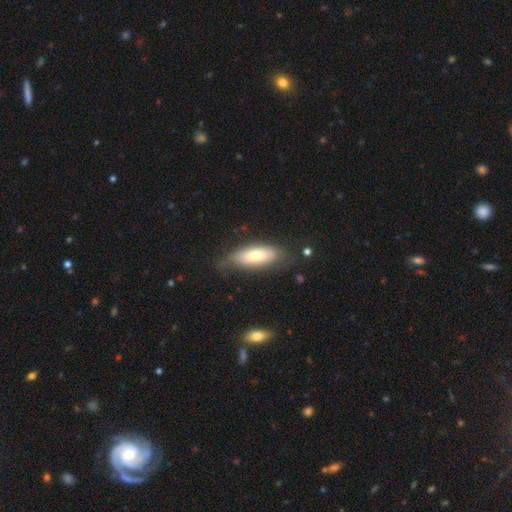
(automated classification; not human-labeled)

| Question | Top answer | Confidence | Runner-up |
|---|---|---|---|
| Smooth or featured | smooth | 64% | featured or disk (29%) |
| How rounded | in between | 73% | cigar-shaped (25%) |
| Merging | none | 61% | minor disturbance (27%) |